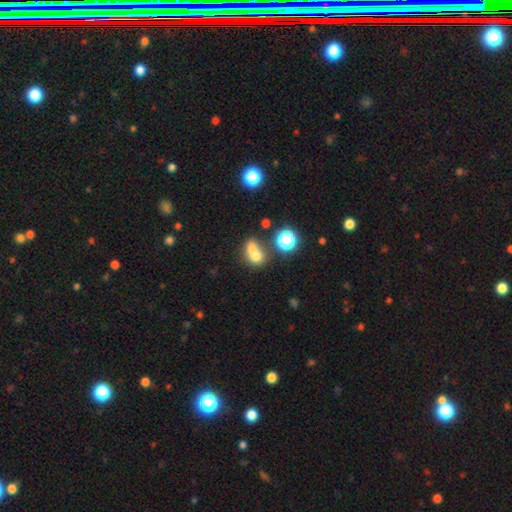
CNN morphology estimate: Overall: smooth (66%). How rounded: round (55%; in between 43%). Merging: merger (59%; none 26%).